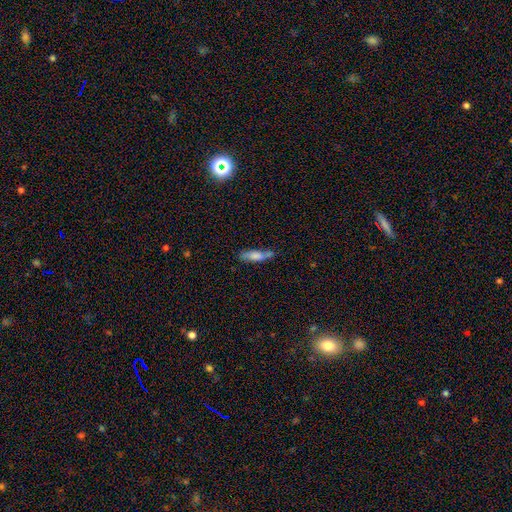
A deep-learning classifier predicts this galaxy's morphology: A smooth galaxy with no disk features (72%) that is cigar-shaped (58%). Merging: none (53%).